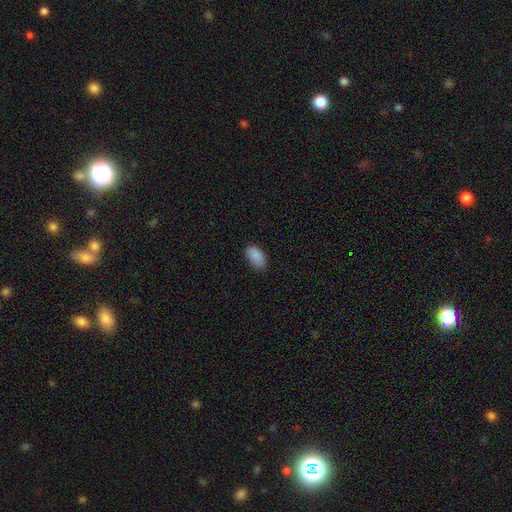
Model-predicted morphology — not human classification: smooth_or_featured: smooth (p=0.88) [alt: star or artifact p=0.08]
how_rounded: in between (p=0.94) [alt: round p=0.04]
merging: none (p=0.79) [alt: minor disturbance p=0.16]